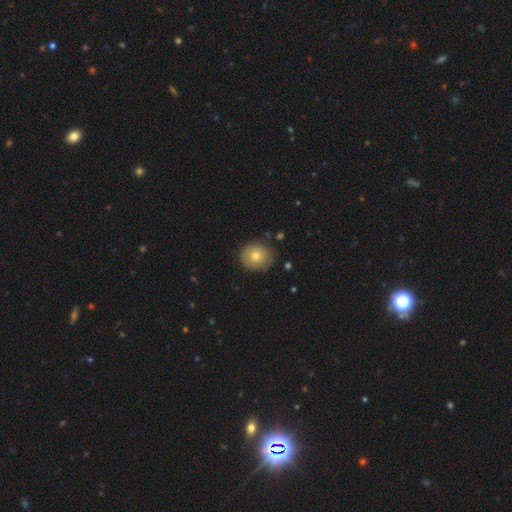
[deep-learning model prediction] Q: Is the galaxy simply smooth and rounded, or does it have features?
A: smooth — 75%.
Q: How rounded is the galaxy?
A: round — 84%.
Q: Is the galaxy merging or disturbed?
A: none — 83%.